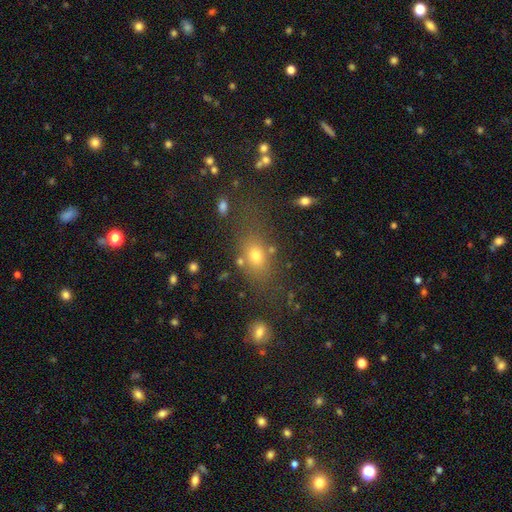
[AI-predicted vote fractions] Overall: smooth (69%). How rounded: in between (67%; round 28%). Merging: none (67%).